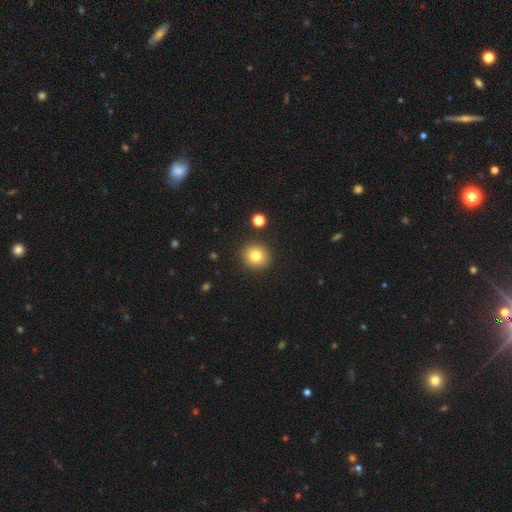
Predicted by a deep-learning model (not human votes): Smooth or featured?
  - smooth: 80% *
  - star or artifact: 11%
  - featured or disk: 8%
How rounded?
  - round: 89% *
  - in between: 10%
  - cigar-shaped: 1%
Merging?
  - none: 89% *
  - minor disturbance: 6%
  - merger: 3%
  - major disturbance: 2%